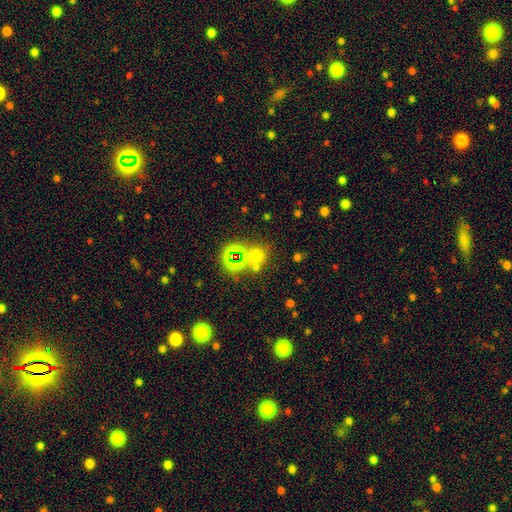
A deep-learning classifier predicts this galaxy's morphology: type=smooth (58%); roundness=round (87%); merging=none (63%).